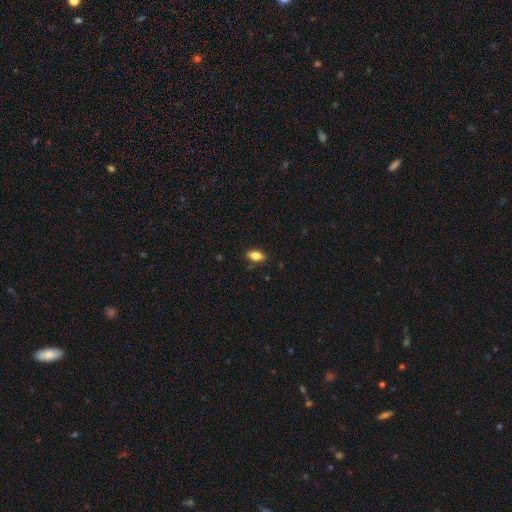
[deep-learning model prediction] Smooth or featured: smooth — 77% (featured or disk — 15%)
How rounded: in between — 86% (cigar-shaped — 10%)
Merging: none — 83% (minor disturbance — 13%)